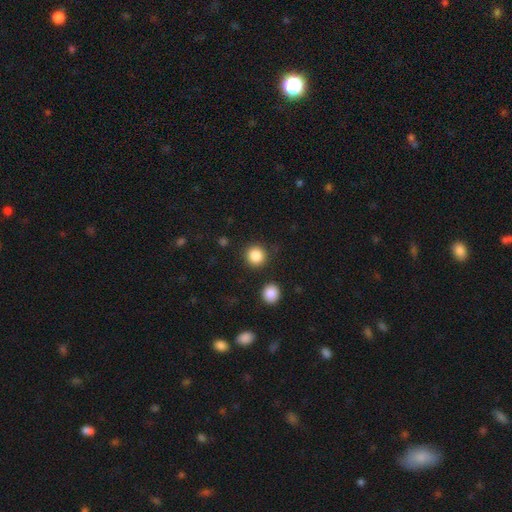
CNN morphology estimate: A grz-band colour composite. It shows a smooth galaxy with no disk features (87%) that is round (93%). Merging: none (88%).